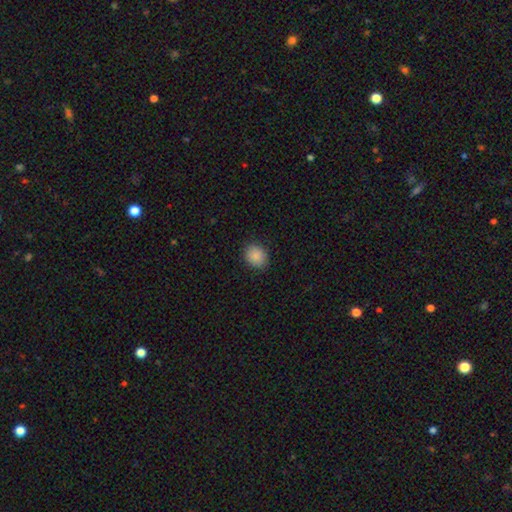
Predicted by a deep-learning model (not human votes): The model was most divided on "how rounded": round: 60%, in between: 39%, cigar-shaped: 1%. More confident: smooth or featured — smooth (87%); merging — none (87%).